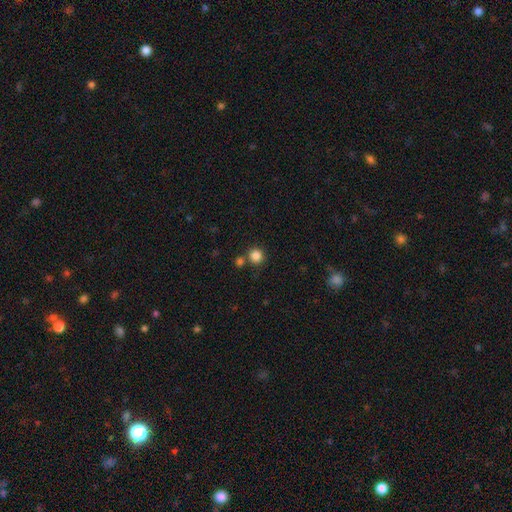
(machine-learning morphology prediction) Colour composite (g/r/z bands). It shows a smooth galaxy with no disk features (84%) that is round (93%). Merging: none (75%).